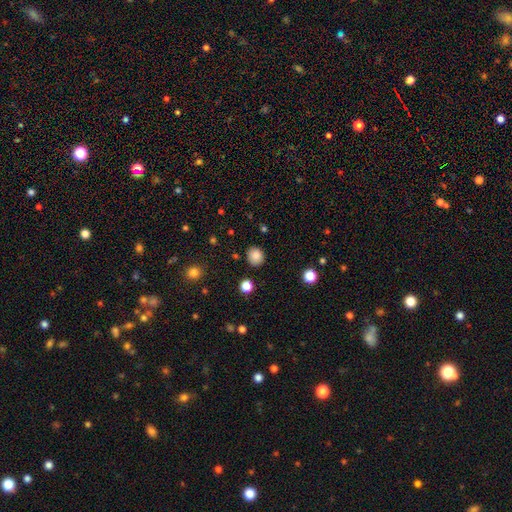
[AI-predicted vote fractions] The model was most divided on "how rounded": round: 82%, in between: 17%, cigar-shaped: 1%. More confident: merging — none (88%); smooth or featured — smooth (84%).